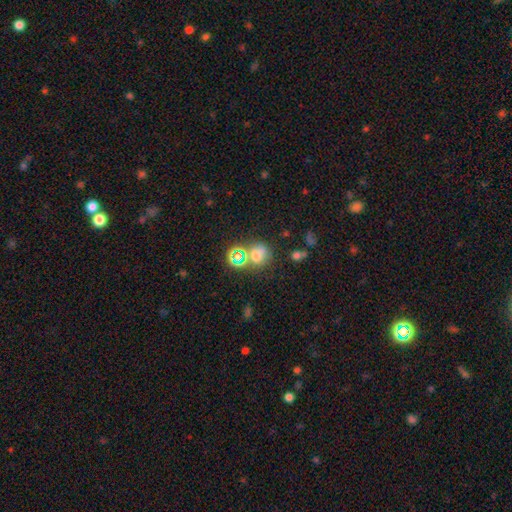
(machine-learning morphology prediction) Q: Smooth or featured?
A: smooth (55%); runner-up: star or artifact (32%)
Q: How rounded?
A: round (69%); runner-up: in between (30%)
Q: Merging?
A: none (56%); runner-up: merger (22%)